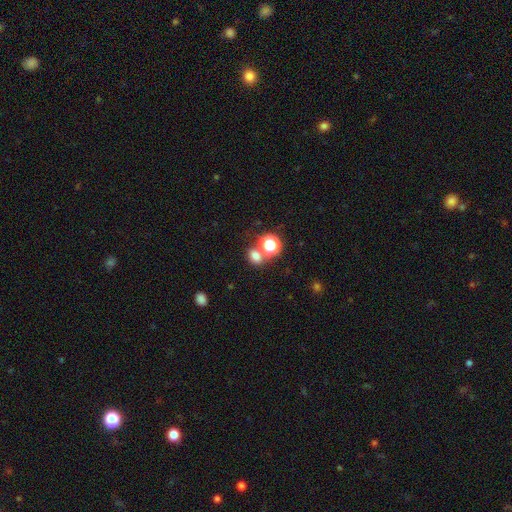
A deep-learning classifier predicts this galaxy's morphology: This appears to be a smooth galaxy with no disk features (72%) that is round (50%). Merging: none (60%).